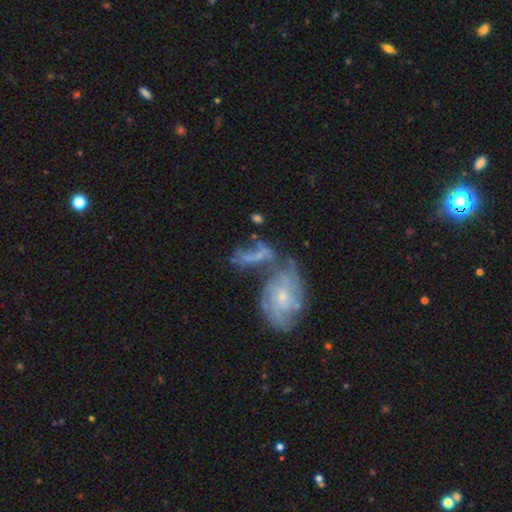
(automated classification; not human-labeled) Smooth or featured? Predicted: featured or disk (p=0.68). Edge-on disk? Predicted: no (p=0.95). Bar? Predicted: no (p=0.63). Spiral arms? Predicted: yes (p=0.77). Bulge size? Predicted: small (p=0.66). Merging? Predicted: merger (p=0.53).